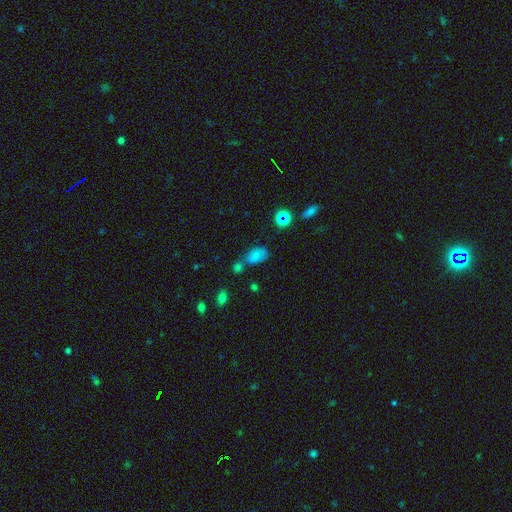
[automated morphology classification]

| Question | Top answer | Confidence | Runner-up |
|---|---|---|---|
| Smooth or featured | smooth | 74% | star or artifact (17%) |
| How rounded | in between | 89% | round (9%) |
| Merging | none | 42% | merger (32%) |